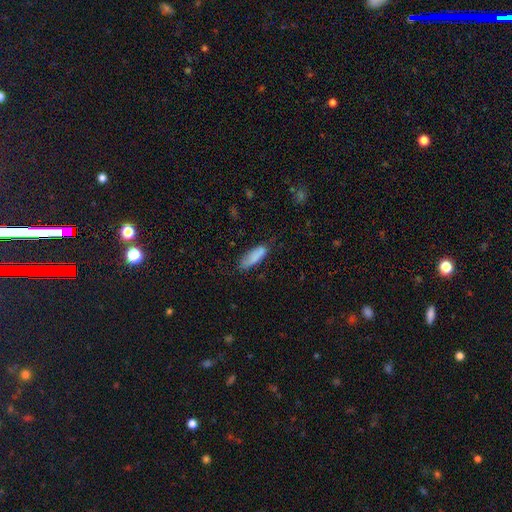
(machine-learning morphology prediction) The model was most divided on "how rounded": in between: 60%, cigar-shaped: 39%, round: 2%. More confident: smooth or featured — smooth (84%); merging — none (67%).